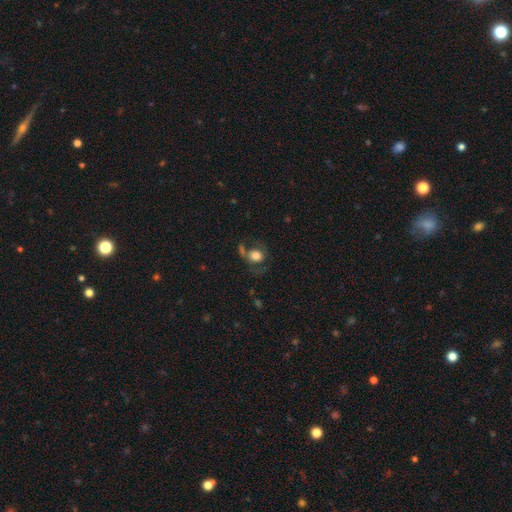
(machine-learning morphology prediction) type=smooth (67%); roundness=round (69%); merging=none (48%).